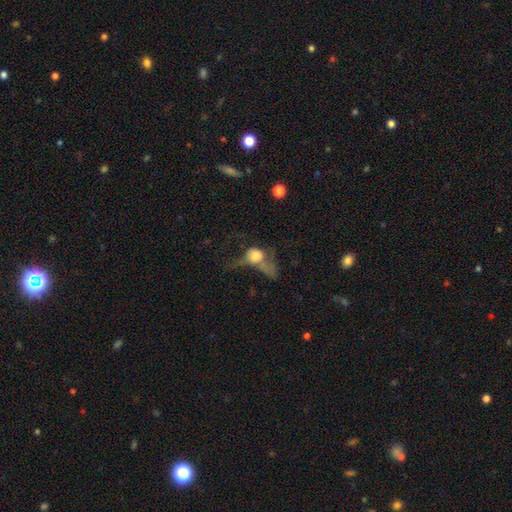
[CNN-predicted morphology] This appears to be a smooth galaxy with no disk features (61%) that is round (60%). Merging: major disturbance (51%).